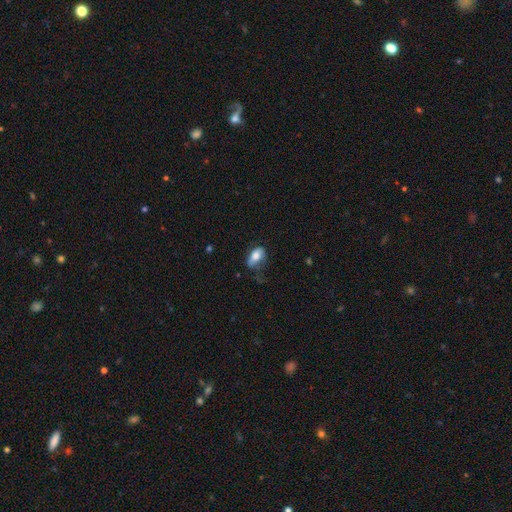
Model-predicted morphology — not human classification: The model was most divided on "merging": none: 43%, minor disturbance: 33%, major disturbance: 22%, merger: 3%. More confident: how rounded — in between (91%); smooth or featured — smooth (74%).